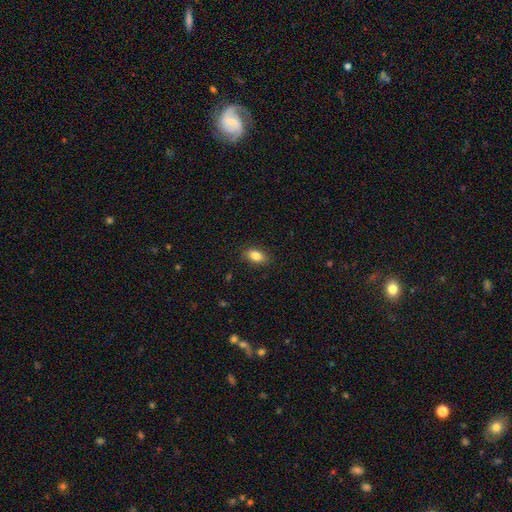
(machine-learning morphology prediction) Smooth or featured? Predicted: smooth (p=0.84). How rounded? Predicted: in between (p=0.88). Merging? Predicted: none (p=0.87).